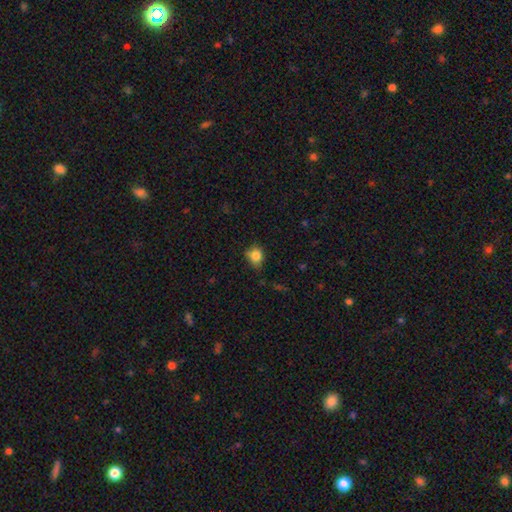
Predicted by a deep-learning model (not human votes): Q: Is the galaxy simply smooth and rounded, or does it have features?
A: smooth — 82%.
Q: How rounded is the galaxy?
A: round — 61%.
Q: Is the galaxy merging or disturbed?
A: none — 60%.